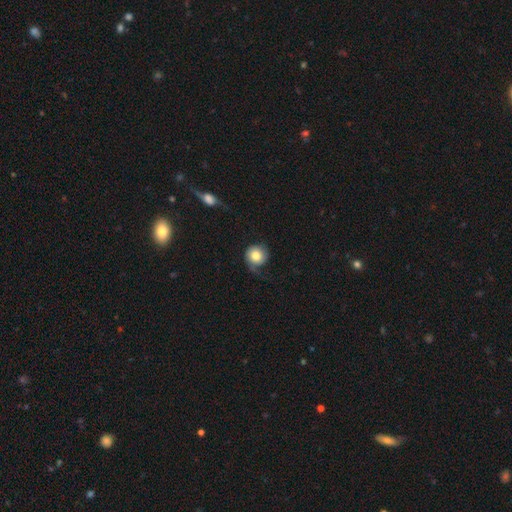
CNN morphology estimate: Q: Smooth or featured?
A: smooth (72%); runner-up: featured or disk (20%)
Q: How rounded?
A: round (90%); runner-up: in between (9%)
Q: Merging?
A: none (51%); runner-up: minor disturbance (24%)